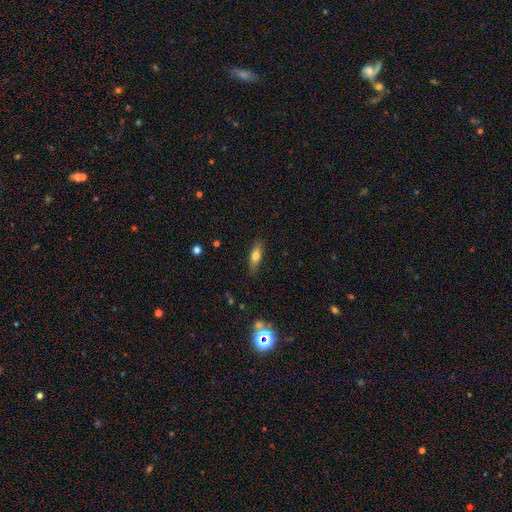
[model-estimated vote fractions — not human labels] Smooth or featured? smooth (66%)
How rounded? cigar-shaped (49%)
Merging? none (84%)